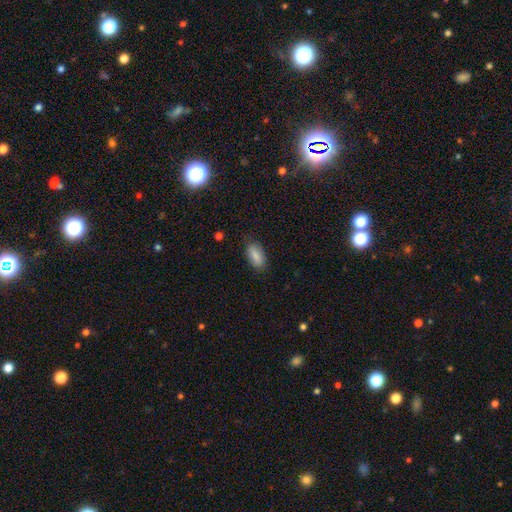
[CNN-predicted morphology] Q: Smooth or featured?
A: smooth (86%); runner-up: featured or disk (7%)
Q: How rounded?
A: in between (90%); runner-up: cigar-shaped (8%)
Q: Merging?
A: none (80%); runner-up: minor disturbance (16%)